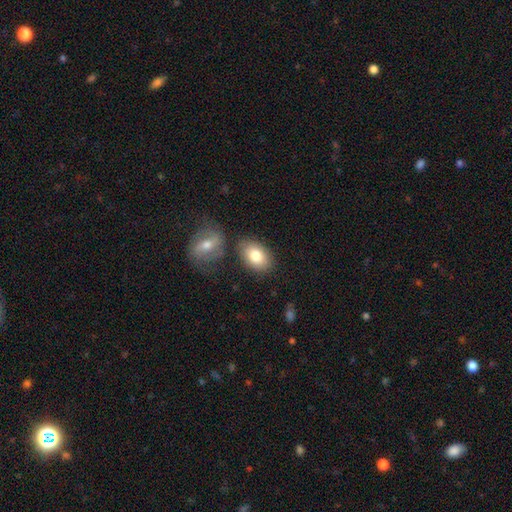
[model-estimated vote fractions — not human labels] smooth 80%, featured or disk 13%, star or artifact 7%. Down the decision tree: how rounded — in between (86%); merging — none (74%).